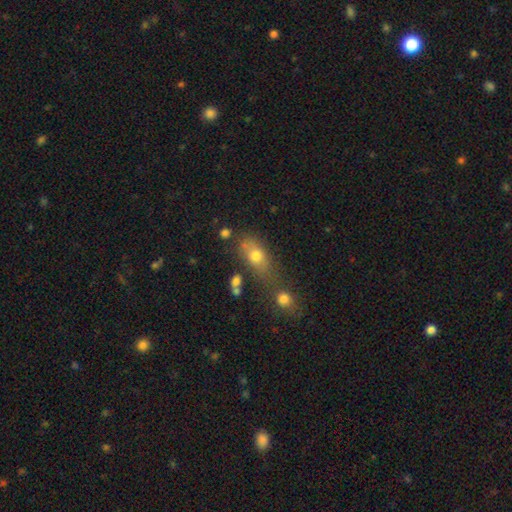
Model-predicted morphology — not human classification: smooth-or-featured: smooth: 73% | featured or disk: 16% | star or artifact: 12%
  how-rounded: in between: 70% | round: 22% | cigar-shaped: 8%
  merging: none: 47% | merger: 25% | minor disturbance: 17% | major disturbance: 10%